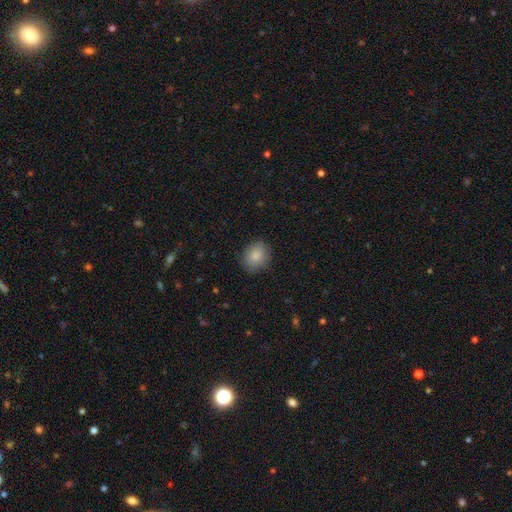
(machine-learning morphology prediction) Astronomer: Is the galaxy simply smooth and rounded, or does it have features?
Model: smooth — 85%.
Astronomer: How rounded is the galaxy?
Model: round — 62%.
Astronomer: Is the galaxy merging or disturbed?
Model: none — 81%.